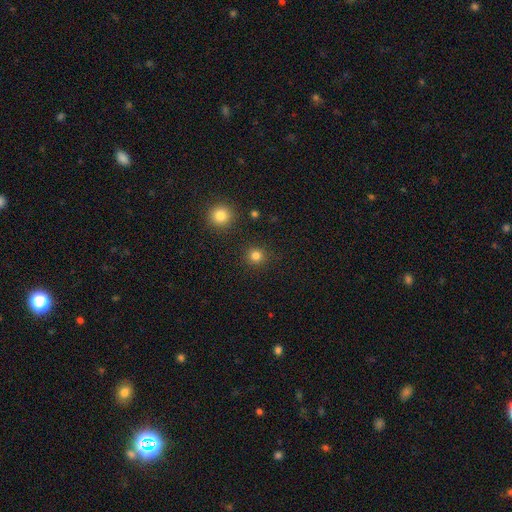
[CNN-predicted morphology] smooth 81%, star or artifact 14%, featured or disk 4%. Down the decision tree: how rounded — round (93%); merging — none (90%).